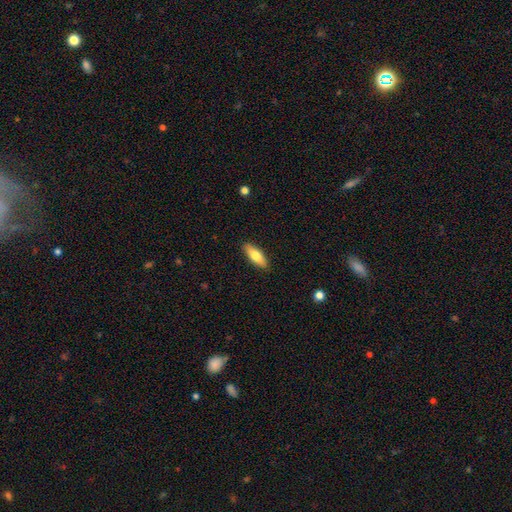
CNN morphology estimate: smooth 72%, featured or disk 22%, star or artifact 6%. Down the decision tree: how rounded — in between (64%); merging — none (89%).